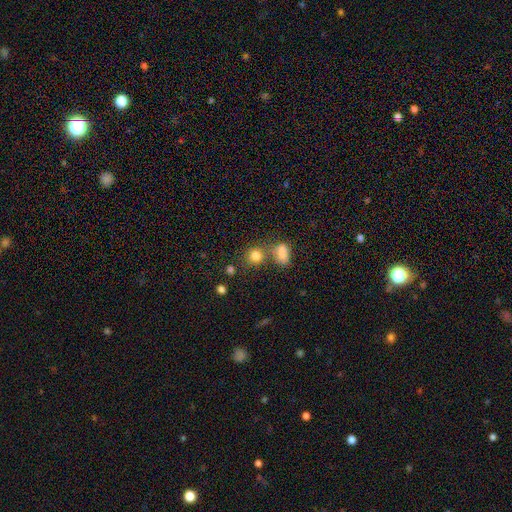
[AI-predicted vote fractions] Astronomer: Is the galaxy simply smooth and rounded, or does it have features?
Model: smooth — 80%.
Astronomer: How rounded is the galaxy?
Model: round — 79%.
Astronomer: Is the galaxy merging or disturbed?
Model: none — 59%.